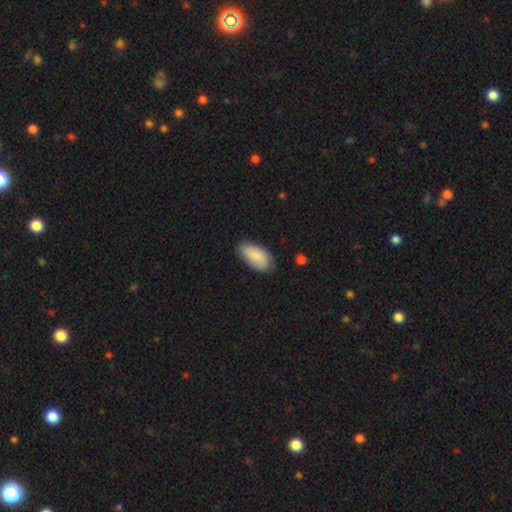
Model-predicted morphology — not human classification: Q: Smooth or featured?
A: smooth (79%); runner-up: featured or disk (15%)
Q: How rounded?
A: in between (93%); runner-up: cigar-shaped (4%)
Q: Merging?
A: none (72%); runner-up: minor disturbance (23%)